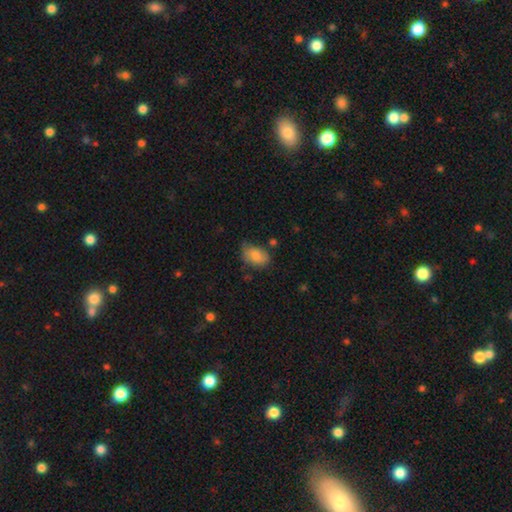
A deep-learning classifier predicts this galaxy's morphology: Smooth or featured? smooth (79%)
How rounded? in between (85%)
Merging? none (58%)